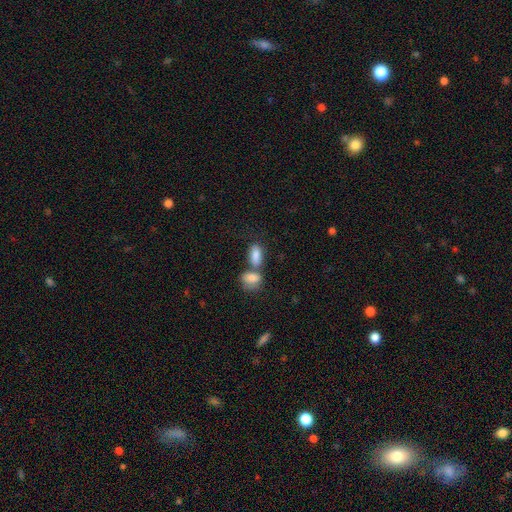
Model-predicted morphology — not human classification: Q: Smooth or featured?
A: smooth (83%); runner-up: featured or disk (9%)
Q: How rounded?
A: in between (89%); runner-up: round (8%)
Q: Merging?
A: merger (50%); runner-up: none (34%)